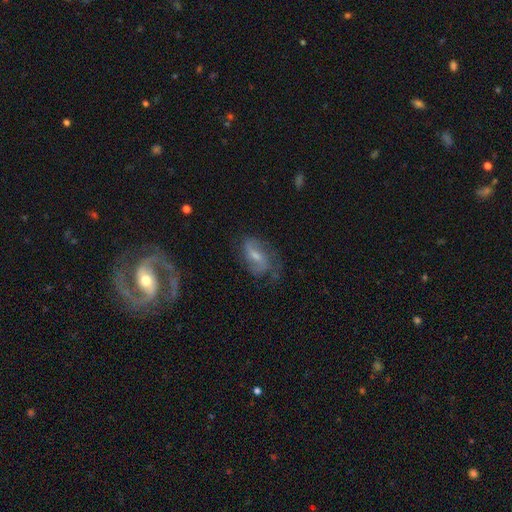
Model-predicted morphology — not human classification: Overall: featured or disk (67%). Edge-on disk: no (94%). Bar: weak (49%; no 26%). Spiral arms: yes (85%). Spiral arm count: 2 (74%). Spiral winding: medium (42%; loose 39%). Bulge size: small (46%; moderate 39%). Merging: none (57%; minor disturbance 24%).